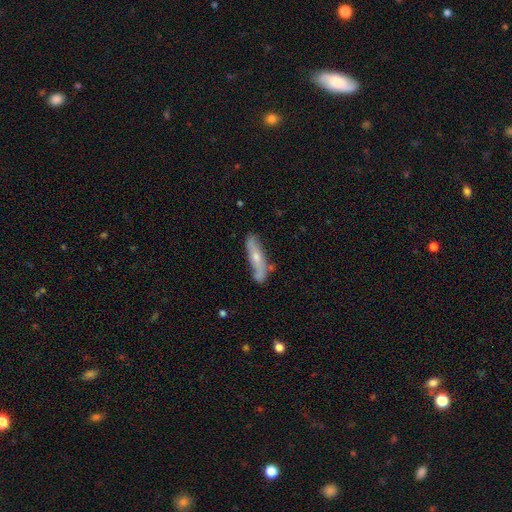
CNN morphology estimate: smooth-or-featured: featured or disk: 53% | smooth: 40% | star or artifact: 7%
  disk-edge-on: yes: 57% | no: 43%
  merging: none: 70% | minor disturbance: 20% | merger: 6% | major disturbance: 5%